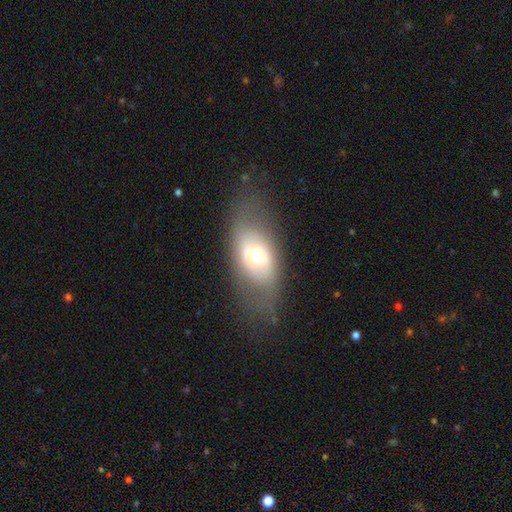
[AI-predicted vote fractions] Smooth or featured?
  - smooth: 49% *
  - featured or disk: 41%
  - star or artifact: 10%
Merging?
  - none: 69% *
  - minor disturbance: 18%
  - major disturbance: 12%
  - merger: 1%